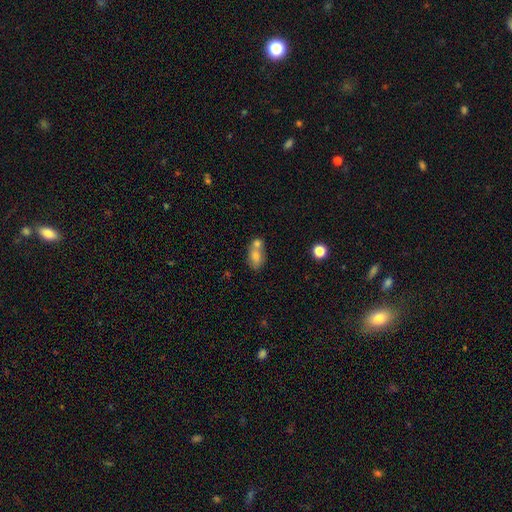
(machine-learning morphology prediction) Smooth or featured: smooth — 72% (featured or disk — 18%)
How rounded: in between — 79% (round — 17%)
Merging: merger — 52% (none — 34%)